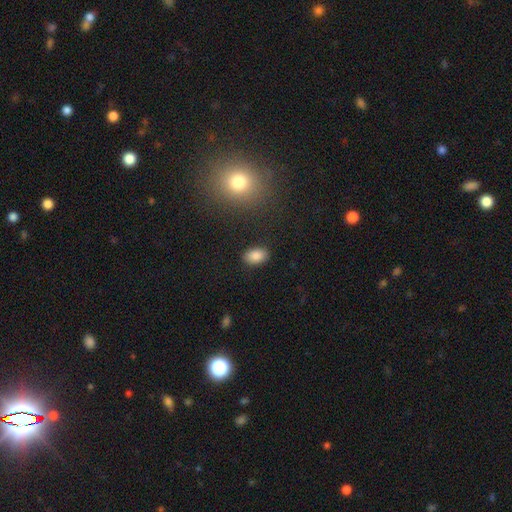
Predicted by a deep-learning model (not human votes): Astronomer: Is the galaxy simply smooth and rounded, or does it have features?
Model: smooth — 86%.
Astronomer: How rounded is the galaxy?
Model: in between — 89%.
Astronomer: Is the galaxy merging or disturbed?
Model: none — 87%.